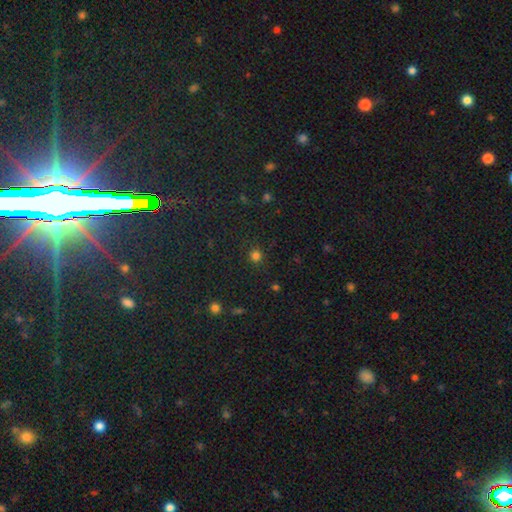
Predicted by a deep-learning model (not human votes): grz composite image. It shows a smooth galaxy with no disk features (75%) that is round (90%). Merging: none (86%).